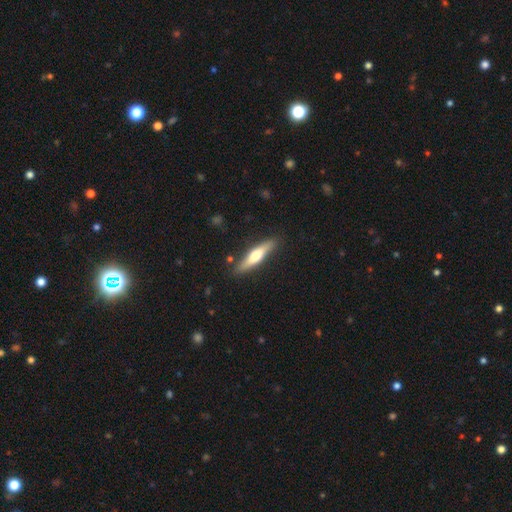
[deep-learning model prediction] A smooth galaxy with no disk features (47%, tied with featured or disk).

Vote fractions:
- Smooth or featured? smooth: 47% (tied) / featured or disk: 47% (tied) / star or artifact: 5%
- Merging? none: 86% / minor disturbance: 10% / merger: 2% / major disturbance: 2%